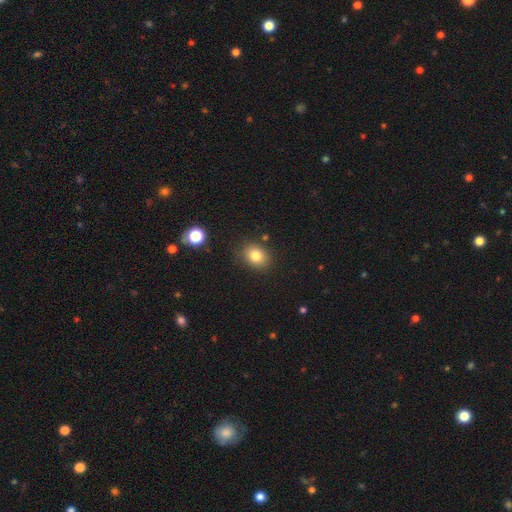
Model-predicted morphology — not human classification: Smooth or featured? smooth (81%)
How rounded? round (50%)
Merging? none (84%)